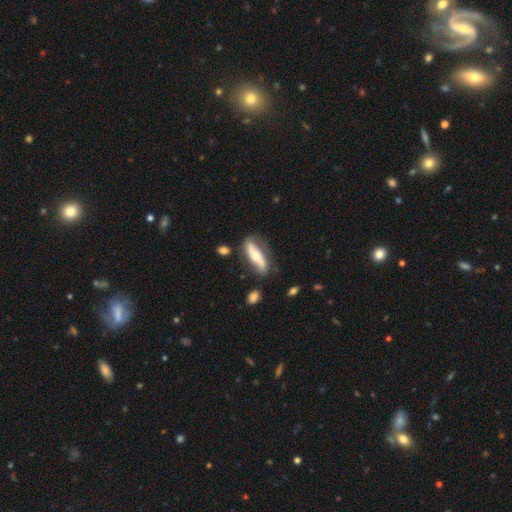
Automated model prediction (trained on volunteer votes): Smooth or featured? featured or disk (61%)
Edge-on disk? no (54%)
Merging? none (70%)